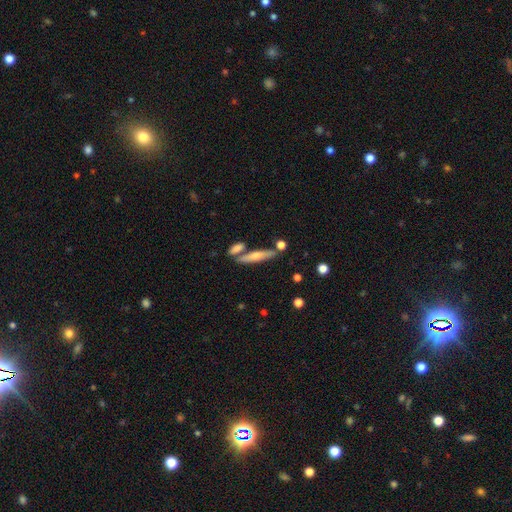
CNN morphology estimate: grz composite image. It shows a featured or disk galaxy (50%). Merging: none (70%).